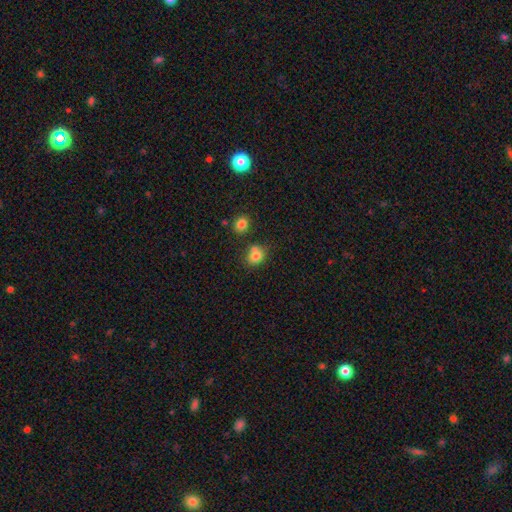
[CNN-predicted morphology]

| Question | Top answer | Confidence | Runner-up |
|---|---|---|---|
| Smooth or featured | smooth | 80% | star or artifact (12%) |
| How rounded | round | 66% | in between (33%) |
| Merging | none | 59% | merger (21%) |